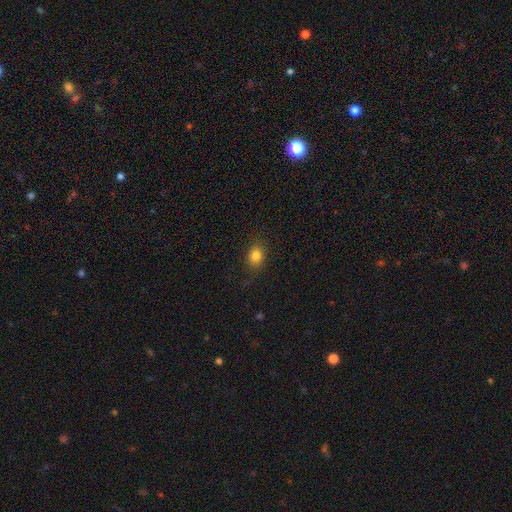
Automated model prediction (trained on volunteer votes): A smooth galaxy with no disk features (82%) that is in between round and cigar-shaped (54%). Merging: none (81%).